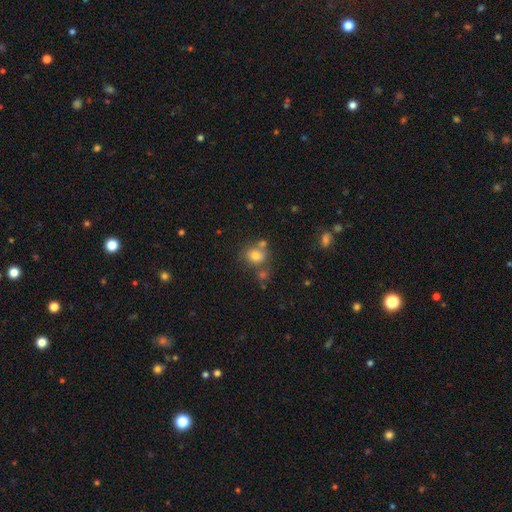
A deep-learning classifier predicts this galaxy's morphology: Overall: smooth (74%). How rounded: round (64%; in between 35%). Merging: none (55%; merger 25%).